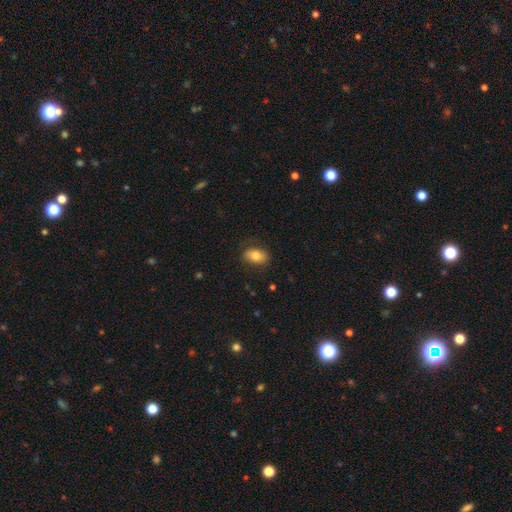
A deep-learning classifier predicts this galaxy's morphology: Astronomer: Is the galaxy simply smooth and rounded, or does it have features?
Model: smooth — 80%.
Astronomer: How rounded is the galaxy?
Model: in between — 83%.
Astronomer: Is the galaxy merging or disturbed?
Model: none — 81%.